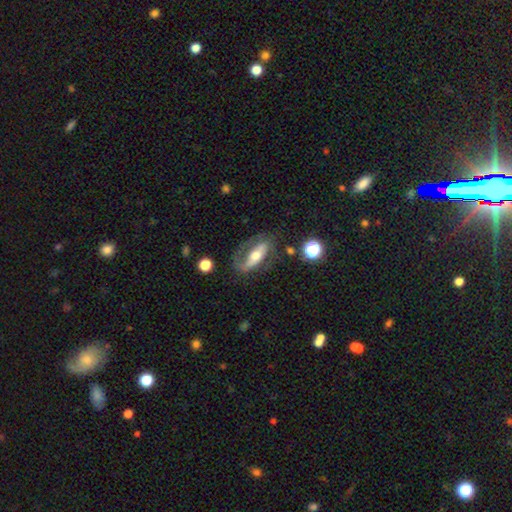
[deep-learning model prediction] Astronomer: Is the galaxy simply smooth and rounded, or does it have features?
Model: featured or disk — 71%.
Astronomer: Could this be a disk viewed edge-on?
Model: no — 84%.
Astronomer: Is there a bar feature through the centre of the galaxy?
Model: strong — 49% (runner-up: no, 28%).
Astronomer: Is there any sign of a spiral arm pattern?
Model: yes — 78%.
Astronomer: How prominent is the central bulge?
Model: moderate — 64%.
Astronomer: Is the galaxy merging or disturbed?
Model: none — 60%.